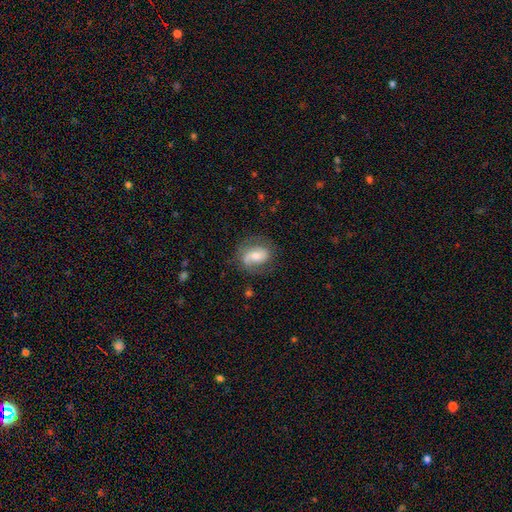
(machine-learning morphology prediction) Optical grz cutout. It shows a featured or disk galaxy (59%) with no bar (45%), spiral arms (82%) and a moderate central bulge (57%). Merging: none (68%).